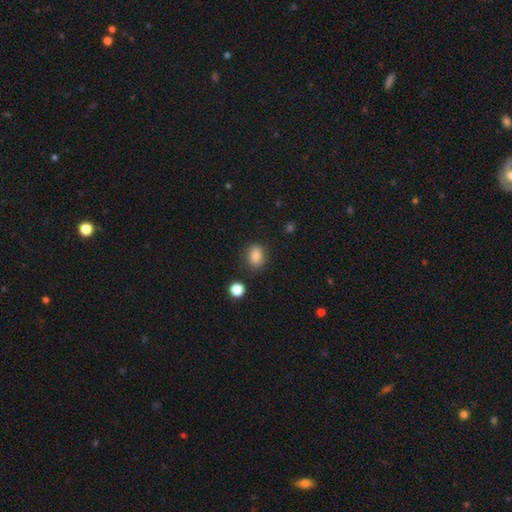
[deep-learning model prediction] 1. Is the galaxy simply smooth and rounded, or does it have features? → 84% smooth, 10% star or artifact, 6% featured or disk.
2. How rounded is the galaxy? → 66% in between, 33% round, 1% cigar-shaped.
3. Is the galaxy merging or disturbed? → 83% none, 11% minor disturbance, 3% major disturbance, 3% merger.